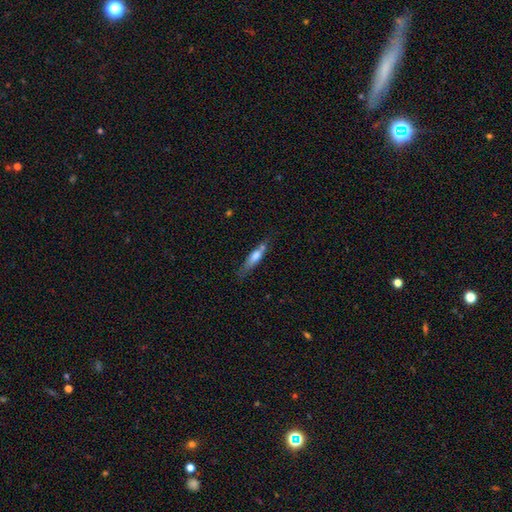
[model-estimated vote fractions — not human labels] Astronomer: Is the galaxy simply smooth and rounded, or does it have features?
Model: smooth — 59% (runner-up: featured or disk, 34%).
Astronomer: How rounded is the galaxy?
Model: cigar-shaped — 73%.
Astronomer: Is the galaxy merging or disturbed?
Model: none — 54%.